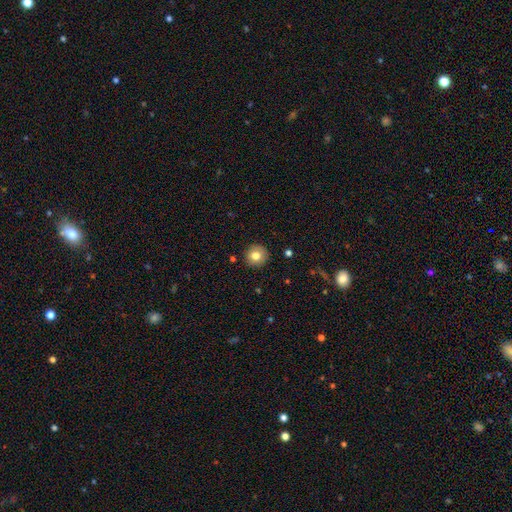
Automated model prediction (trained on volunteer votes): Morphology: type=smooth (80%); roundness=round (93%); merging=none (91%).